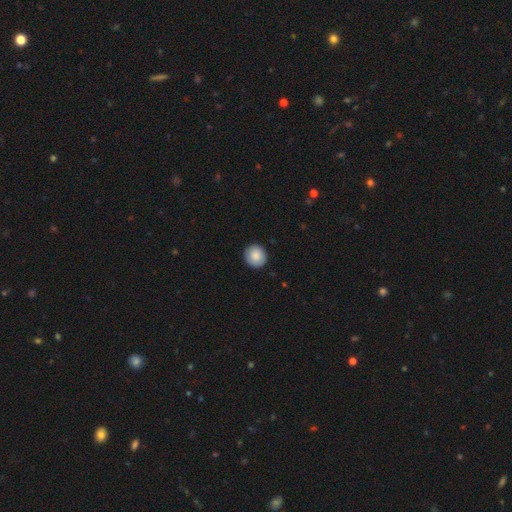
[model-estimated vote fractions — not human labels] smooth 86%, star or artifact 7%, featured or disk 7%. Down the decision tree: how rounded — round (90%); merging — none (90%).